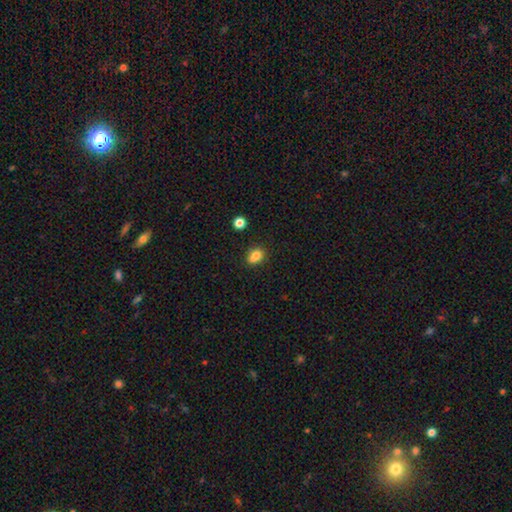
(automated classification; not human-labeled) smooth_or_featured: smooth (p=0.77) [alt: star or artifact p=0.12]
how_rounded: round (p=0.52) [alt: in between p=0.46]
merging: none (p=0.47) [alt: merger p=0.31]